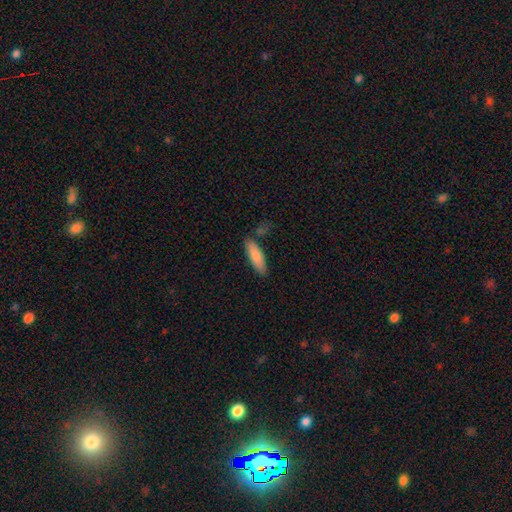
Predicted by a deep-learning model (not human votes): Smooth or featured? Predicted: smooth (p=0.85). How rounded? Predicted: cigar-shaped (p=0.50). Merging? Predicted: none (p=0.79).